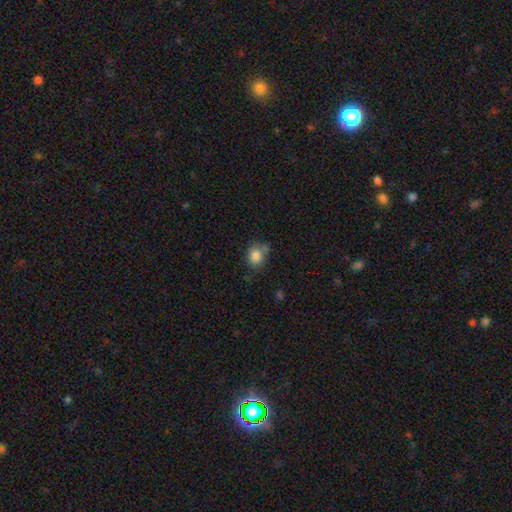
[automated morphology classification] smooth_or_featured: smooth (p=0.83) [alt: star or artifact p=0.10]
how_rounded: round (p=0.54) [alt: in between p=0.45]
merging: none (p=0.61) [alt: minor disturbance p=0.22]